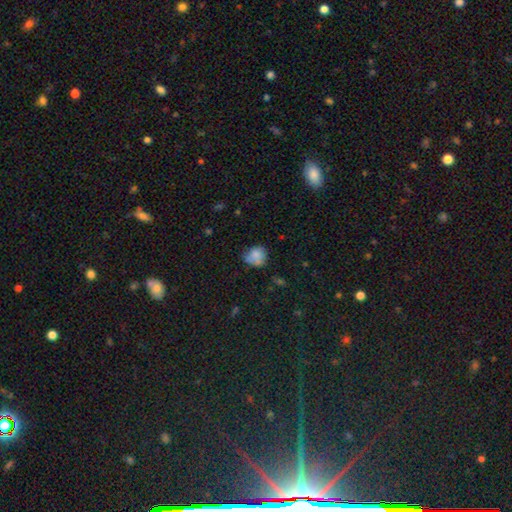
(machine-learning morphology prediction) Q: Smooth or featured?
A: smooth (76%); runner-up: featured or disk (14%)
Q: How rounded?
A: round (66%); runner-up: in between (32%)
Q: Merging?
A: none (46%); runner-up: minor disturbance (29%)